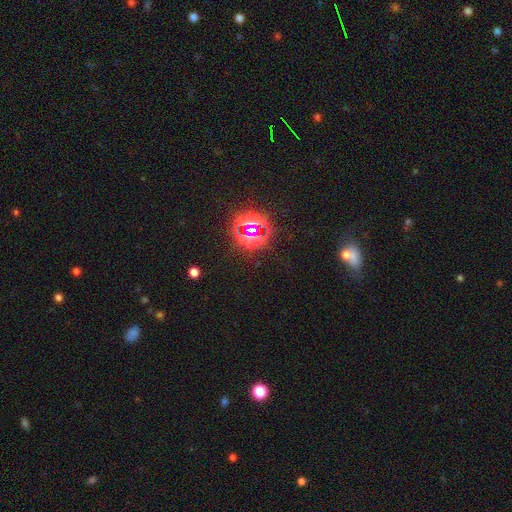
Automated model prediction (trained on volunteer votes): star or artifact 76%, smooth 17%, featured or disk 7%.